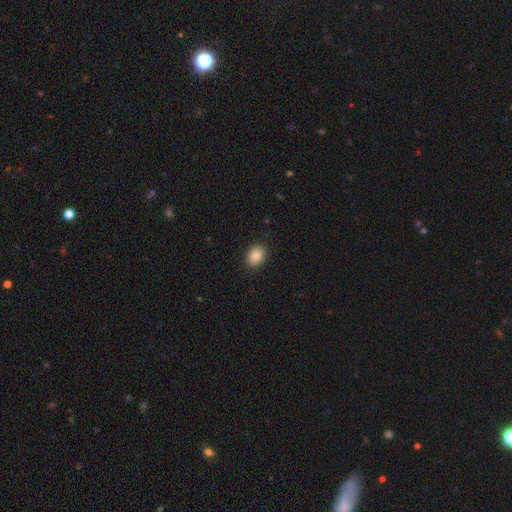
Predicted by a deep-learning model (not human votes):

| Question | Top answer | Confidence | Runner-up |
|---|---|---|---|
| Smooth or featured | smooth | 86% | star or artifact (9%) |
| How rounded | in between | 65% | round (34%) |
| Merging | none | 90% | minor disturbance (8%) |